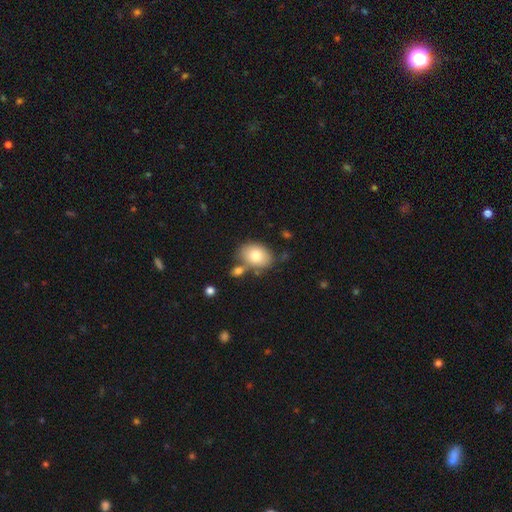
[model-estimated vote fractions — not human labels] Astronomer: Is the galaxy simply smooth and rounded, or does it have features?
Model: smooth — 79%.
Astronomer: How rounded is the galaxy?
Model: in between — 77%.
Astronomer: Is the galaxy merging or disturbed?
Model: none — 66%.